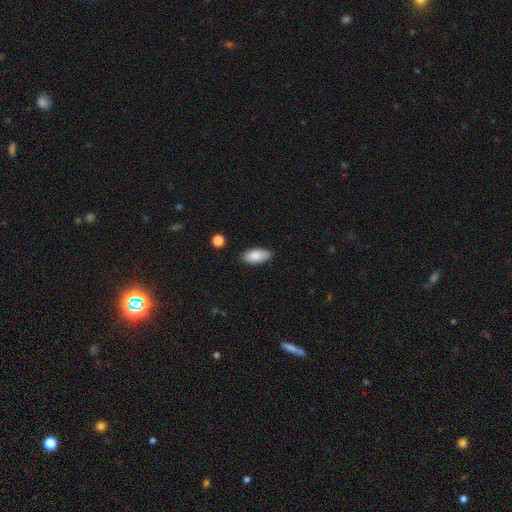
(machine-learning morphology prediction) A smooth galaxy with no disk features (86%) that is in between round and cigar-shaped (88%).

Vote fractions:
- Smooth or featured? smooth: 86% / featured or disk: 7% / star or artifact: 6%
- How rounded? in between: 88% / cigar-shaped: 10% / round: 2%
- Merging? none: 85% / minor disturbance: 11% / major disturbance: 2% / merger: 2%